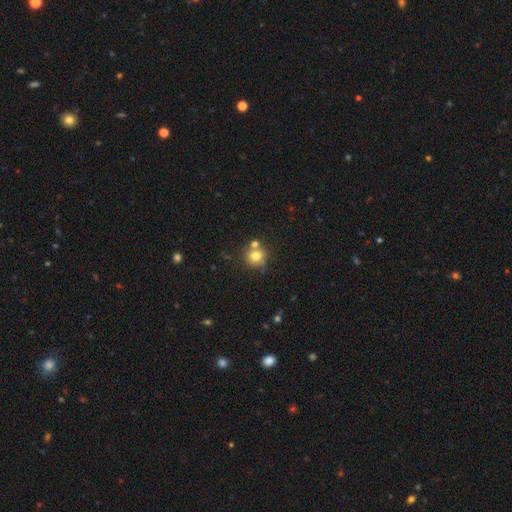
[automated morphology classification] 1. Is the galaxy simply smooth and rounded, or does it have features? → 76% smooth, 12% star or artifact, 12% featured or disk.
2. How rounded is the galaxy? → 89% round, 10% in between, 1% cigar-shaped.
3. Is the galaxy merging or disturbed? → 60% none, 24% merger, 12% minor disturbance, 4% major disturbance.